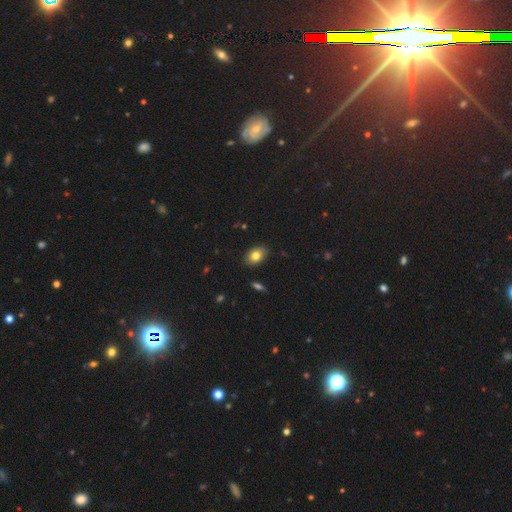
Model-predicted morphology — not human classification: Smooth or featured? Predicted: smooth (p=0.80). How rounded? Predicted: in between (p=0.79). Merging? Predicted: none (p=0.87).